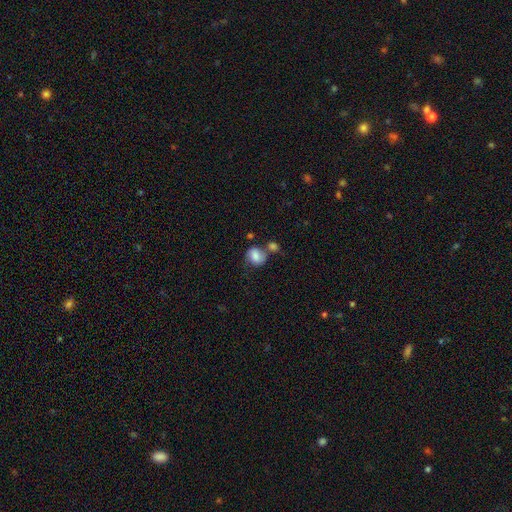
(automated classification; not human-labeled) Q: Smooth or featured?
A: smooth (72%); runner-up: featured or disk (19%)
Q: How rounded?
A: round (65%); runner-up: in between (34%)
Q: Merging?
A: none (43%); runner-up: merger (32%)